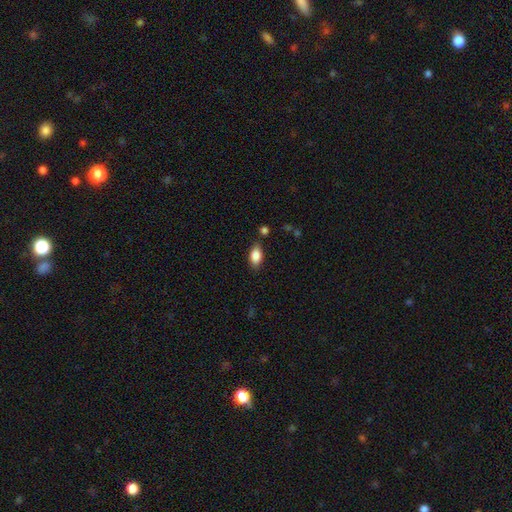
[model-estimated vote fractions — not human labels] Morphology: type=smooth (85%); roundness=in between (90%); merging=none (79%).